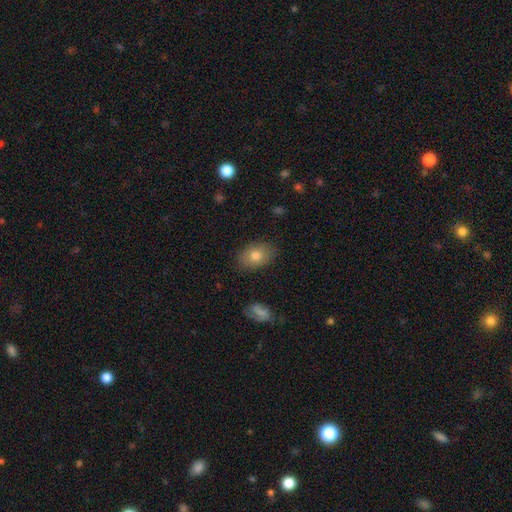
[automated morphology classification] This appears to be a smooth galaxy with no disk features (78%) that is in between round and cigar-shaped (83%). Merging: none (85%).